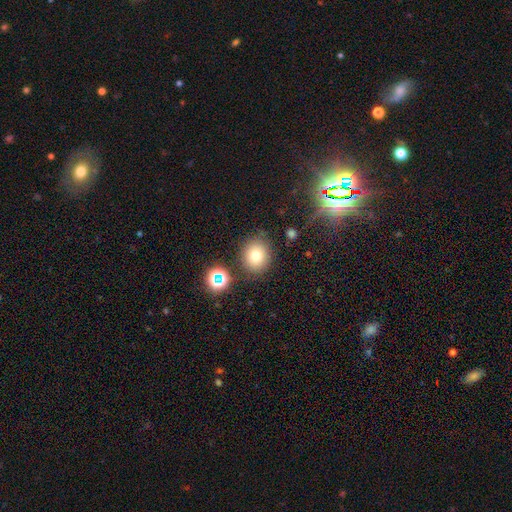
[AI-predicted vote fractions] Morphology: type=smooth (75%); roundness=round (75%); merging=none (81%).